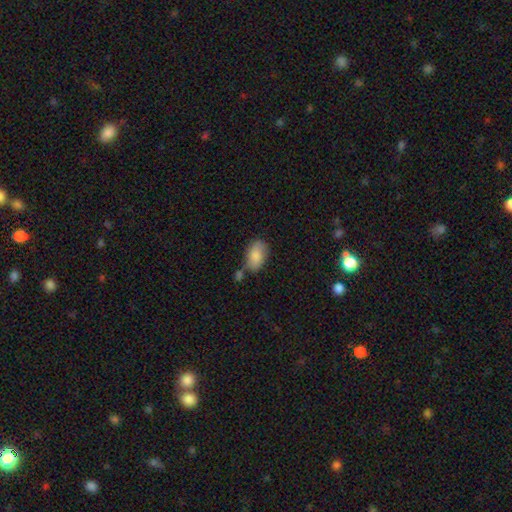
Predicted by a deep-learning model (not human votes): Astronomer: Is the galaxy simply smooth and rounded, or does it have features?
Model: smooth — 81%.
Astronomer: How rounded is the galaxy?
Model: in between — 92%.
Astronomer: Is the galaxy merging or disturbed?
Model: none — 57%.